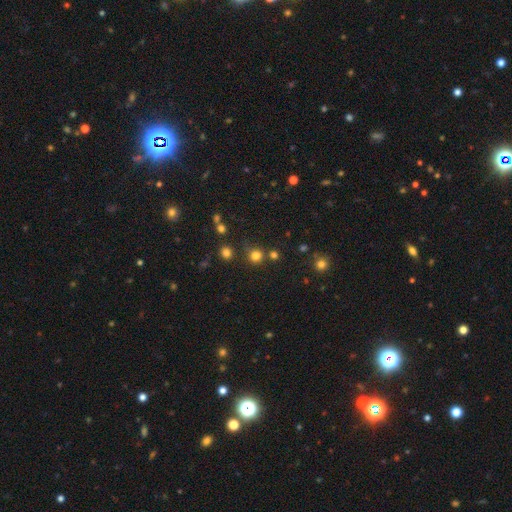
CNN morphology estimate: type=smooth (77%); roundness=round (92%); merging=none (74%).